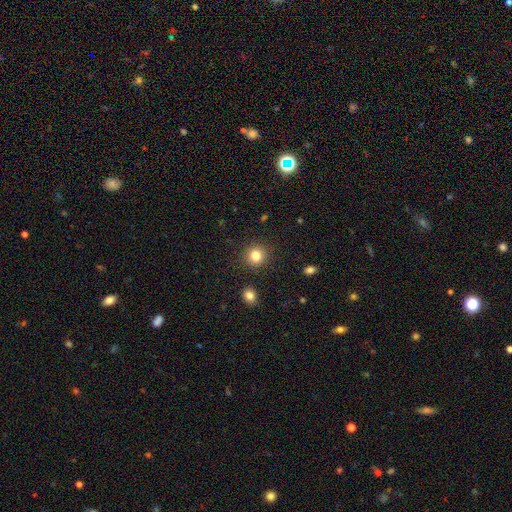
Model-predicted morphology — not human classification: Smooth or featured: smooth — 82% (star or artifact — 12%)
How rounded: round — 90% (in between — 9%)
Merging: none — 89% (minor disturbance — 6%)